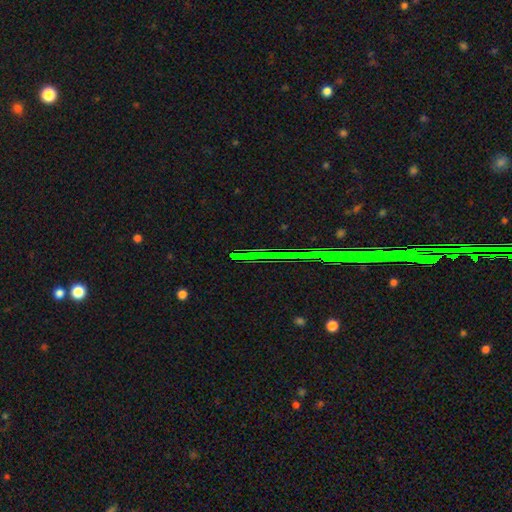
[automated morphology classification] Smooth or featured: star or artifact — 85% (featured or disk — 8%)